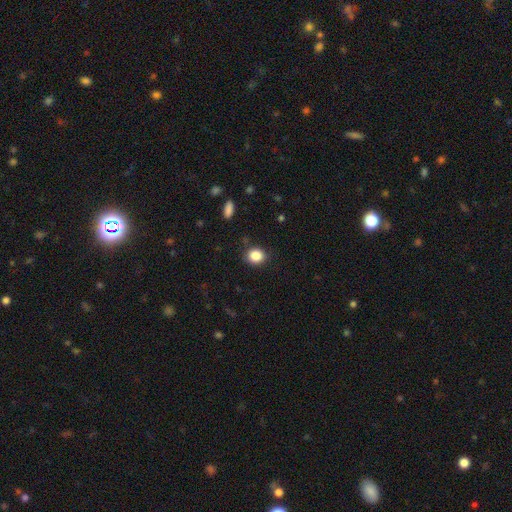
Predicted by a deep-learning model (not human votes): The model was most divided on "how rounded": round: 69%, in between: 30%, cigar-shaped: 1%. More confident: smooth or featured — smooth (86%); merging — none (86%).